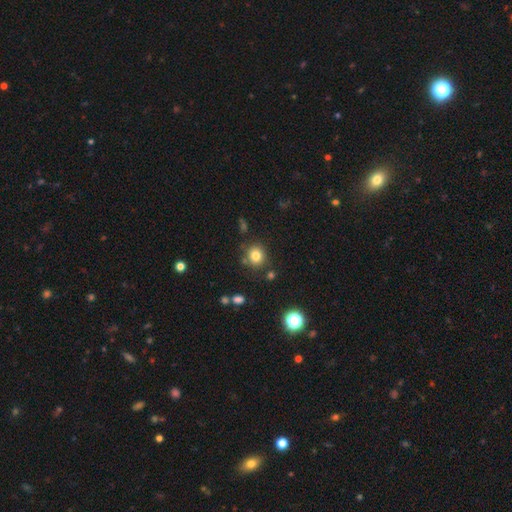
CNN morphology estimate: This is likely a smooth galaxy (80%). How rounded: clearly round (84%). Merging: clearly none (81%).